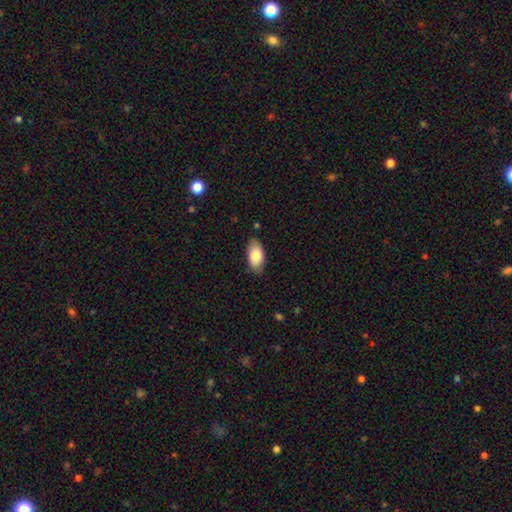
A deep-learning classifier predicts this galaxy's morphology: This appears to be a smooth galaxy with no disk features (83%) that is in between round and cigar-shaped (93%). Merging: none (82%).